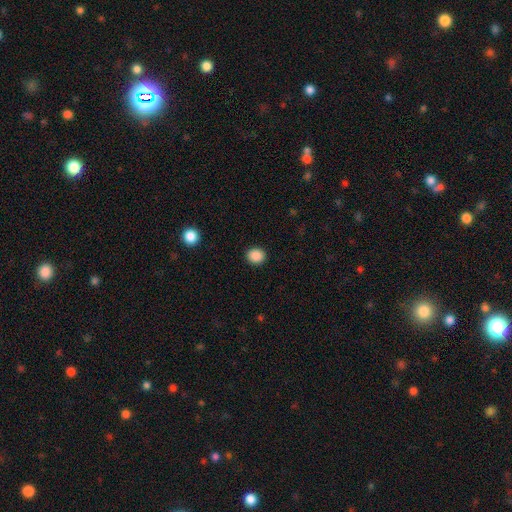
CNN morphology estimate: This is clearly a smooth galaxy (88%). How rounded: clearly round (81%). Merging: clearly none (91%).